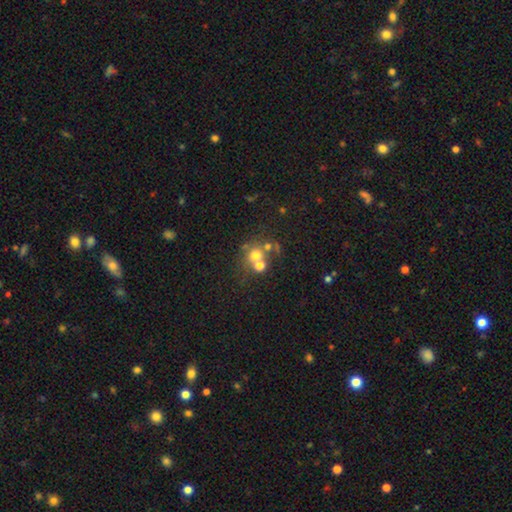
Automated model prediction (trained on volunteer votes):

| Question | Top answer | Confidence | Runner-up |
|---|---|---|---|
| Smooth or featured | smooth | 61% | star or artifact (20%) |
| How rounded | round | 81% | in between (18%) |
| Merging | none | 44% | merger (41%) |